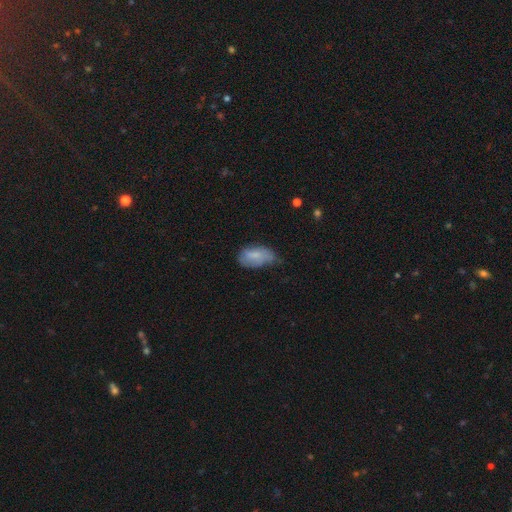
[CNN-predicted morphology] Smooth or featured? smooth (69%)
How rounded? in between (92%)
Merging? minor disturbance (45%)